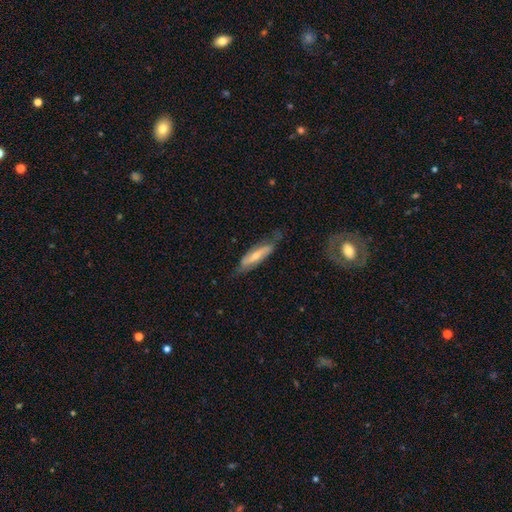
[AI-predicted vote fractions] Smooth or featured?
  - featured or disk: 53% *
  - smooth: 41%
  - star or artifact: 6%
Edge-on disk?
  - no: 61% *
  - yes: 39%
Merging?
  - none: 64% *
  - minor disturbance: 26%
  - major disturbance: 8%
  - merger: 2%